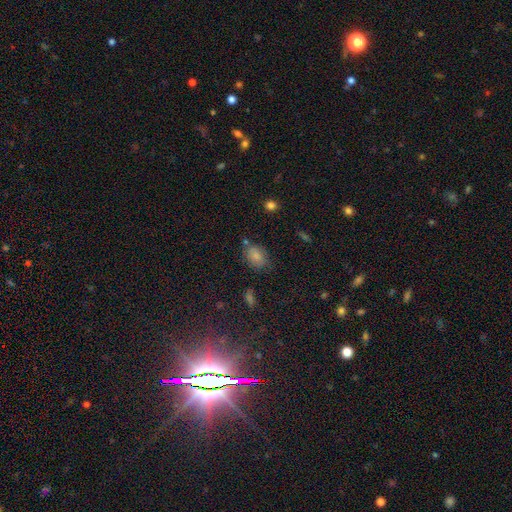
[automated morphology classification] Smooth or featured: smooth — 81% (star or artifact — 11%)
How rounded: in between — 76% (round — 22%)
Merging: none — 63% (minor disturbance — 23%)